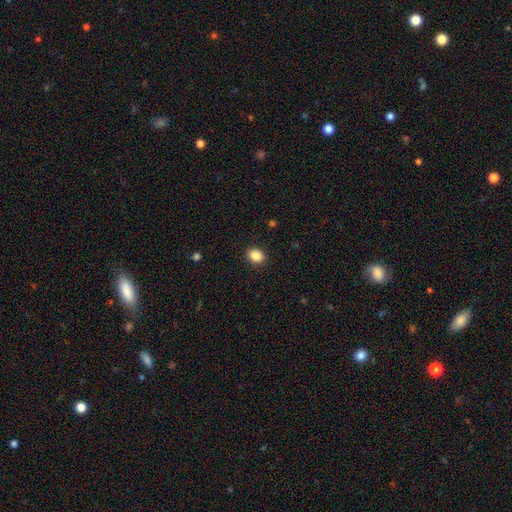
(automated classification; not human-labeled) Smooth or featured? Predicted: smooth (p=0.87). How rounded? Predicted: in between (p=0.56). Merging? Predicted: none (p=0.91).